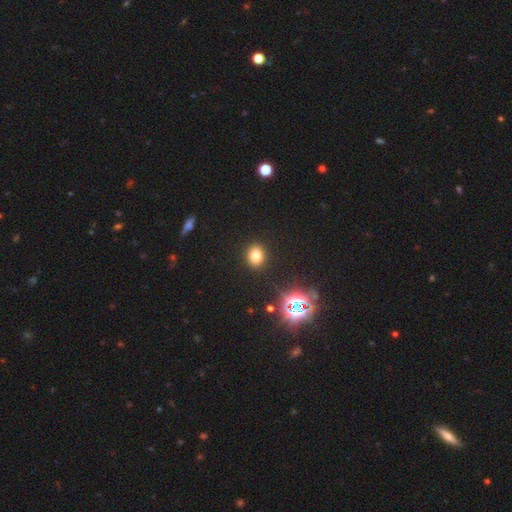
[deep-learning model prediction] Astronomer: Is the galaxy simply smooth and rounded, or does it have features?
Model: smooth — 74%.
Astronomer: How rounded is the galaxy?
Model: round — 54% (runner-up: in between, 44%).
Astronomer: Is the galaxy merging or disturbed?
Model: none — 90%.